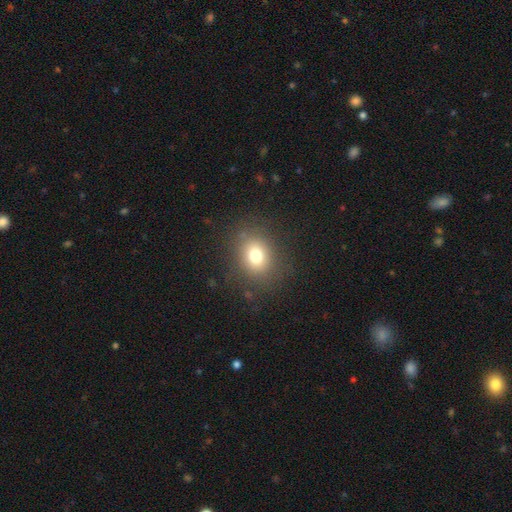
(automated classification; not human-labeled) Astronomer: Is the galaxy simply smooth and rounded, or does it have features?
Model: smooth — 75%.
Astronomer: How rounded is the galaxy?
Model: round — 56% (runner-up: in between, 43%).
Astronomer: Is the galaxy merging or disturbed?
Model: none — 83%.